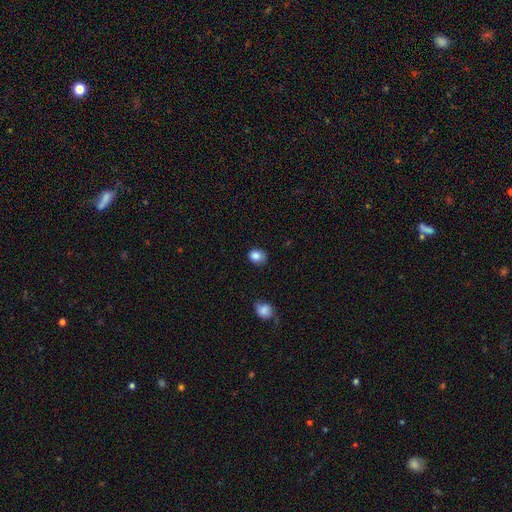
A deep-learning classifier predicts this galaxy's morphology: smooth_or_featured: smooth (p=0.85) [alt: star or artifact p=0.10]
how_rounded: round (p=0.53) [alt: in between p=0.47]
merging: none (p=0.72) [alt: minor disturbance p=0.22]